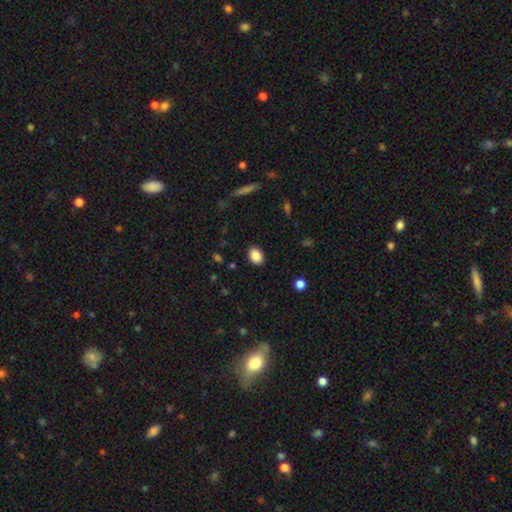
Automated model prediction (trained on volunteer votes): Smooth or featured? Predicted: smooth (p=0.87). How rounded? Predicted: in between (p=0.67). Merging? Predicted: none (p=0.88).